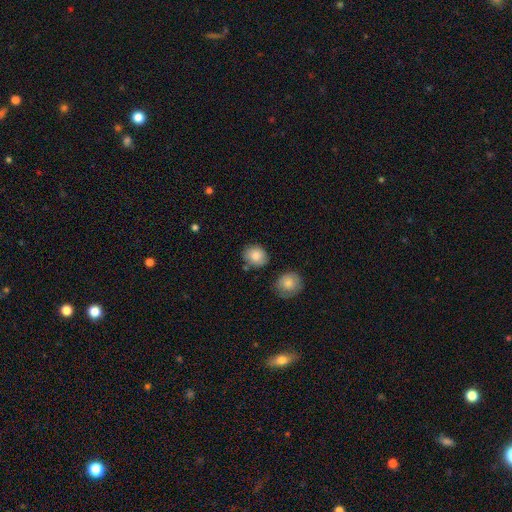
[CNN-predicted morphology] This appears to be a smooth galaxy with no disk features (85%) that is round (69%). Merging: none (76%).